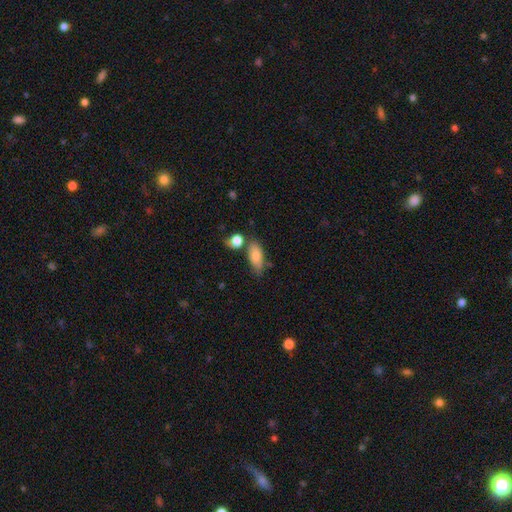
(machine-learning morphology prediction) smooth-or-featured: smooth: 80% | featured or disk: 12% | star or artifact: 7%
  how-rounded: in between: 78% | cigar-shaped: 17% | round: 5%
  merging: none: 59% | minor disturbance: 20% | merger: 15% | major disturbance: 6%